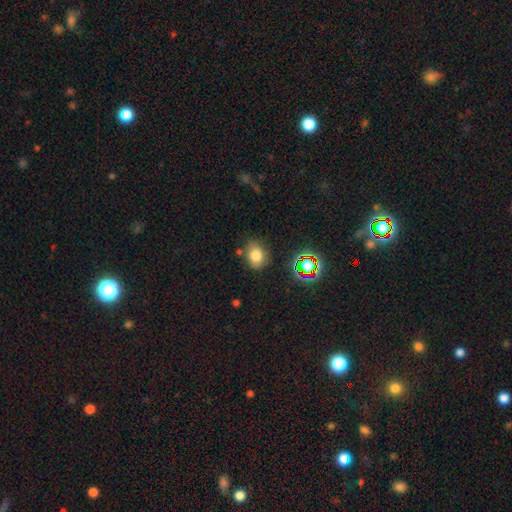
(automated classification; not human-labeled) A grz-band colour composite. It shows a smooth galaxy with no disk features (76%) that is in between round and cigar-shaped (55%). Merging: none (74%).